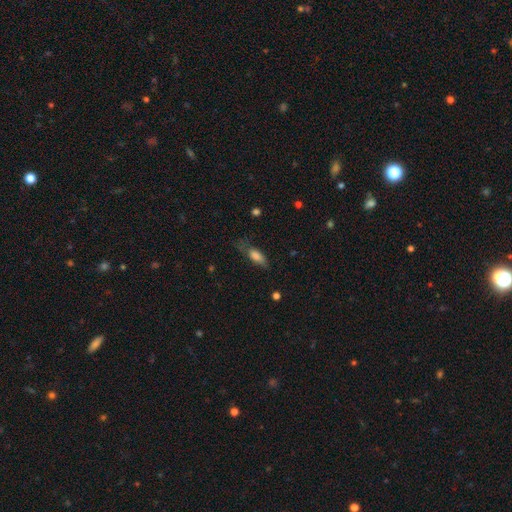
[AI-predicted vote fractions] A smooth galaxy with no disk features (74%) that is in between round and cigar-shaped (70%). Merging: none (47%).